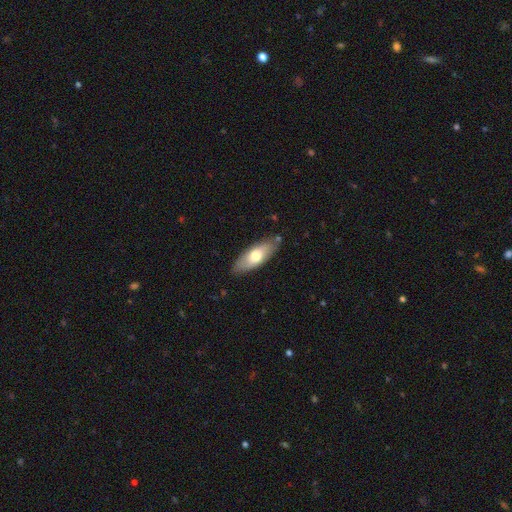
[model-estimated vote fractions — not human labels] Smooth or featured?
  - smooth: 66% *
  - featured or disk: 29%
  - star or artifact: 5%
How rounded?
  - in between: 73% *
  - cigar-shaped: 25%
  - round: 2%
Merging?
  - none: 82% *
  - minor disturbance: 13%
  - major disturbance: 2%
  - merger: 2%